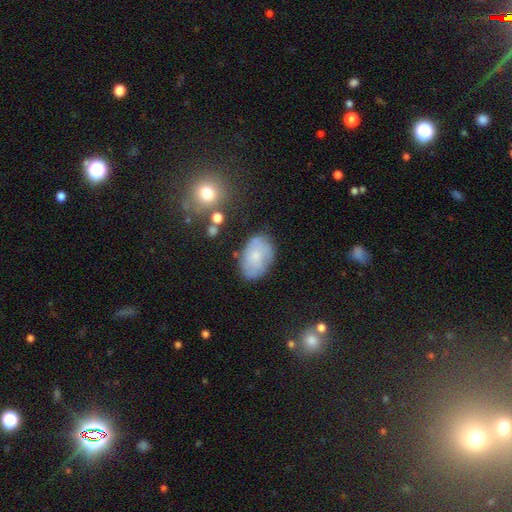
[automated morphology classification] type=smooth (62%); roundness=in between (85%); merging=none (72%).